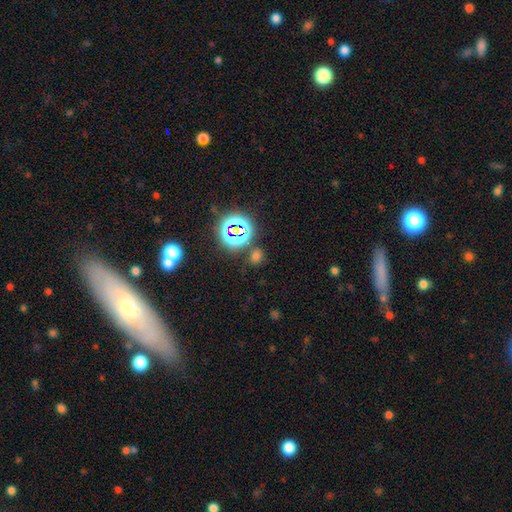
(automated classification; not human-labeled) smooth_or_featured: smooth (p=0.53) [alt: star or artifact p=0.41]
how_rounded: round (p=0.51) [alt: in between p=0.47]
merging: none (p=0.74) [alt: minor disturbance p=0.12]